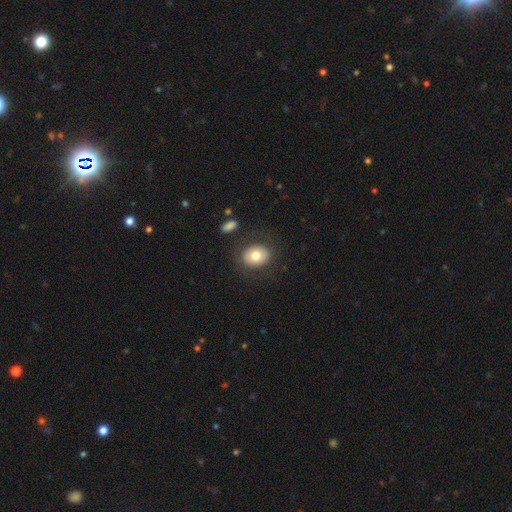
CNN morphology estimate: Overall: smooth (72%). How rounded: round (57%; in between 42%). Merging: none (82%).